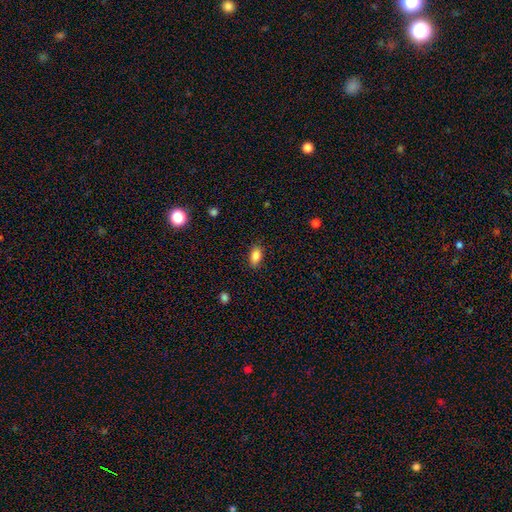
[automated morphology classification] This appears to be a smooth galaxy with no disk features (86%) that is in between round and cigar-shaped (89%). Merging: none (86%).